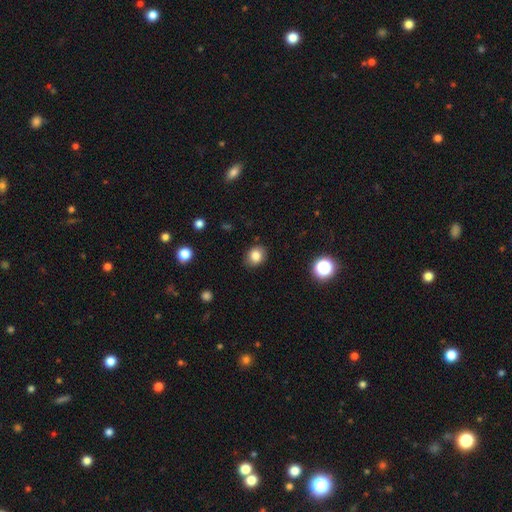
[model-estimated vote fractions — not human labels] Smooth or featured: smooth — 83% (star or artifact — 11%)
How rounded: round — 62% (in between — 37%)
Merging: none — 85% (minor disturbance — 11%)